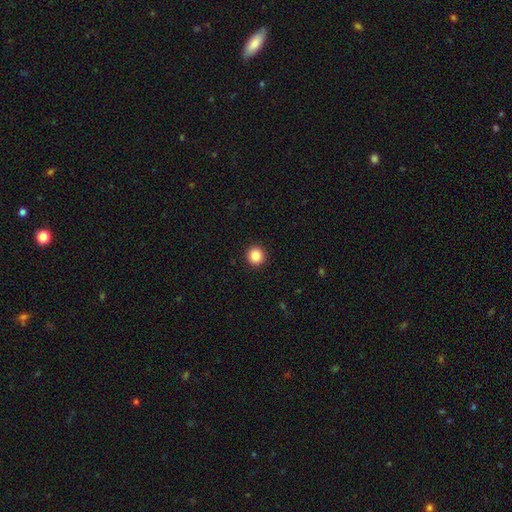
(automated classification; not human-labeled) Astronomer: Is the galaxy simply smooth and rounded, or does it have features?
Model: smooth — 87%.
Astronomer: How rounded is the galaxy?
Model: round — 94%.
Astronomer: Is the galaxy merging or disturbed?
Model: none — 93%.